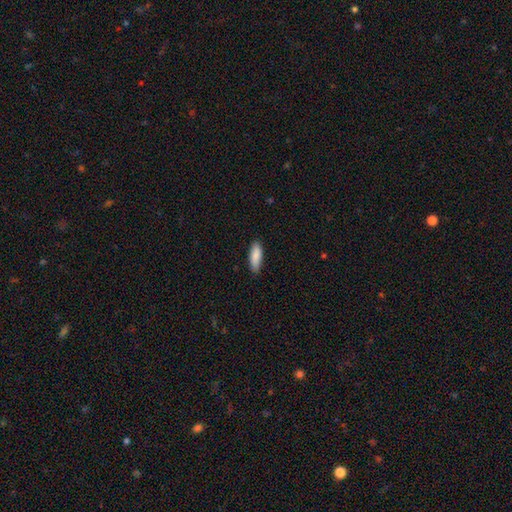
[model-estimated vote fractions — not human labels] smooth_or_featured: smooth (p=0.88) [alt: featured or disk p=0.06]
how_rounded: in between (p=0.59) [alt: cigar-shaped p=0.40]
merging: none (p=0.86) [alt: minor disturbance p=0.11]